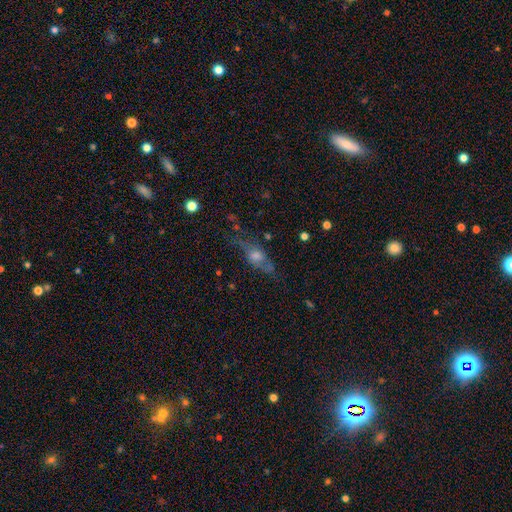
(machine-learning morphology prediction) Smooth or featured: featured or disk — 51% (smooth — 35%)
Edge-on disk: no — 51% (yes — 49%)
Merging: none — 55% (minor disturbance — 23%)